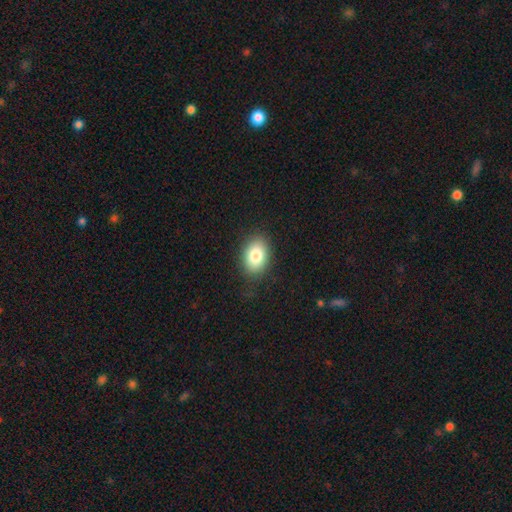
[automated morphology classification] The model was most divided on "how rounded": in between: 78%, round: 21%, cigar-shaped: 1%. More confident: merging — none (84%); smooth or featured — smooth (83%).